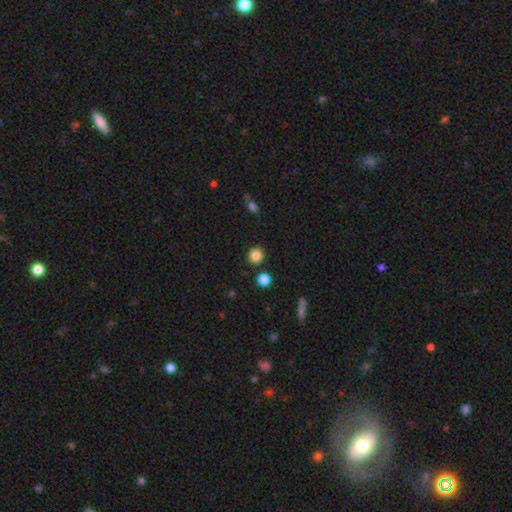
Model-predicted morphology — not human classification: A smooth galaxy with no disk features (85%) that is round (91%). Merging: none (89%).